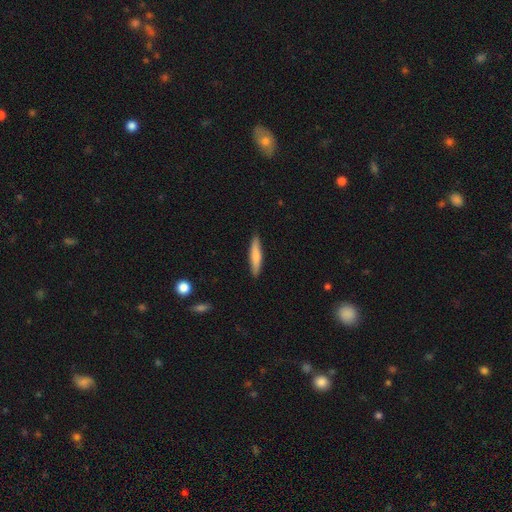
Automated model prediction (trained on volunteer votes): Smooth or featured?
  - smooth: 74% *
  - featured or disk: 21%
  - star or artifact: 5%
How rounded?
  - cigar-shaped: 87% *
  - in between: 11%
  - round: 1%
Merging?
  - none: 89% *
  - minor disturbance: 8%
  - major disturbance: 2%
  - merger: 1%